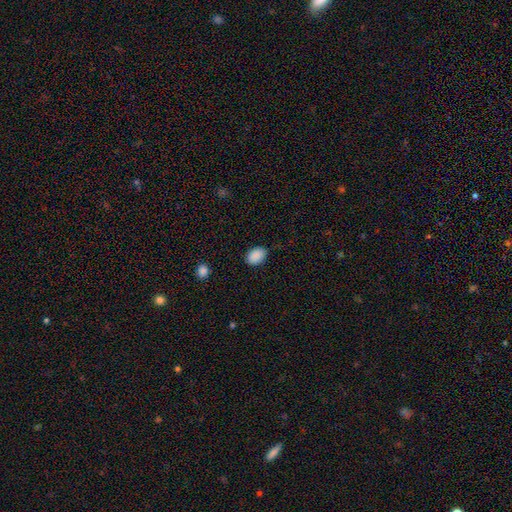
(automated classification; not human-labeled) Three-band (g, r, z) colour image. It shows a smooth galaxy with no disk features (90%) that is in between round and cigar-shaped (77%). Merging: none (80%).